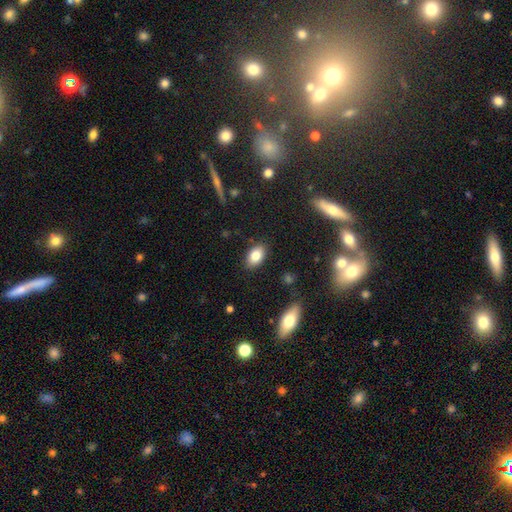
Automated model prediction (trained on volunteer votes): A smooth galaxy with no disk features (82%) that is in between round and cigar-shaped (89%). Merging: none (87%).